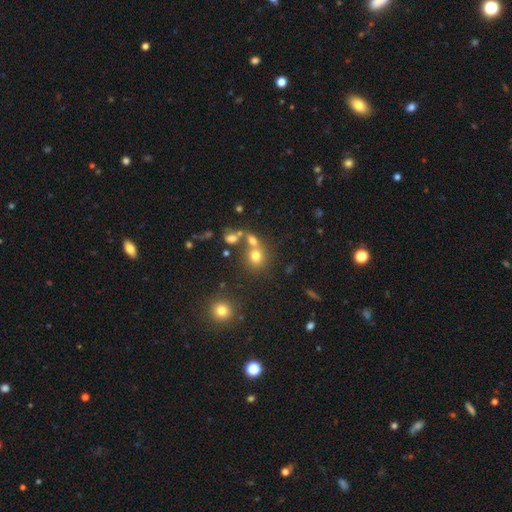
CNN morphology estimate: A smooth galaxy with no disk features (71%) that is round (77%).

Vote fractions:
- Smooth or featured? smooth: 71% / star or artifact: 17% / featured or disk: 12%
- How rounded? round: 77% / in between: 21% / cigar-shaped: 1%
- Merging? none: 51% / merger: 35% / minor disturbance: 9% / major disturbance: 5%